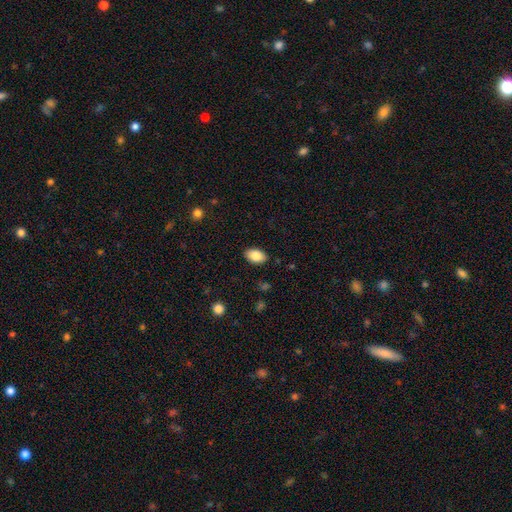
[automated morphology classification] Smooth or featured?
  - smooth: 85% *
  - star or artifact: 8%
  - featured or disk: 7%
How rounded?
  - in between: 91% *
  - round: 8%
  - cigar-shaped: 1%
Merging?
  - none: 88% *
  - minor disturbance: 9%
  - major disturbance: 2%
  - merger: 1%